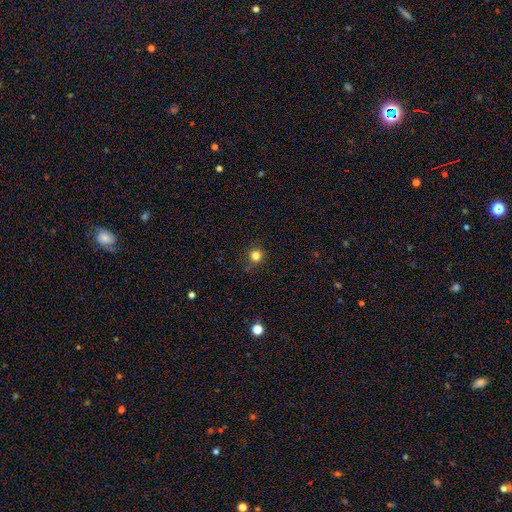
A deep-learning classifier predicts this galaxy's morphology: Overall: smooth (81%). How rounded: round (93%). Merging: none (85%).